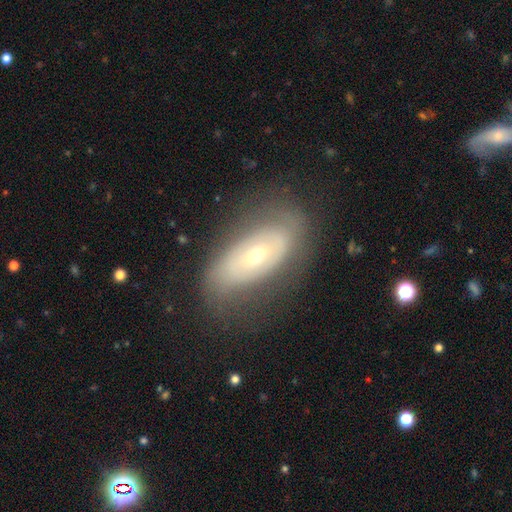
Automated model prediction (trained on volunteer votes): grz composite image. It shows a featured or disk galaxy (56%). Merging: none (66%).